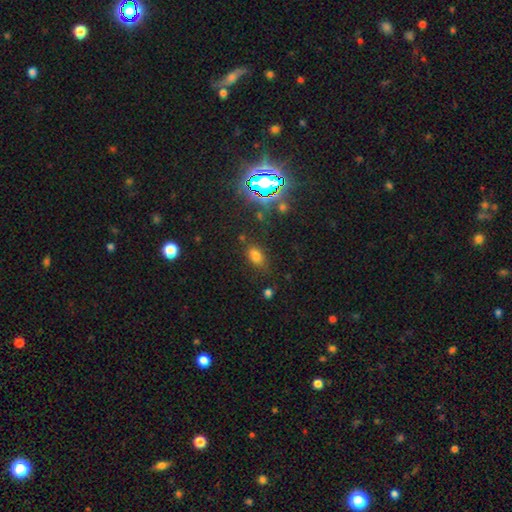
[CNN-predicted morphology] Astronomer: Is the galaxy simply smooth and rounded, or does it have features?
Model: smooth — 67%.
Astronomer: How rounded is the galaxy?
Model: in between — 84%.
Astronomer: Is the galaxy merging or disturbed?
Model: none — 76%.